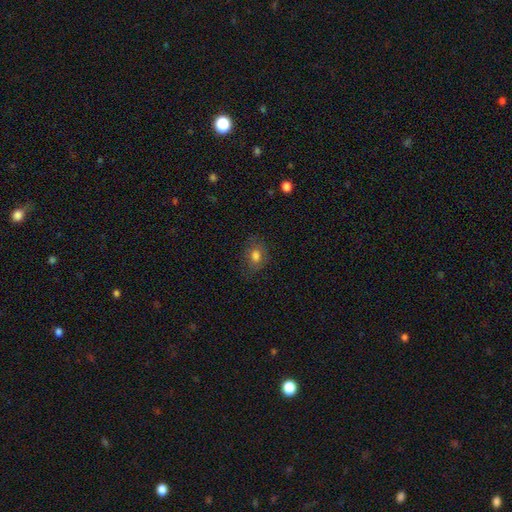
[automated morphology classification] Smooth or featured? Predicted: smooth (p=0.77). How rounded? Predicted: in between (p=0.61). Merging? Predicted: none (p=0.77).